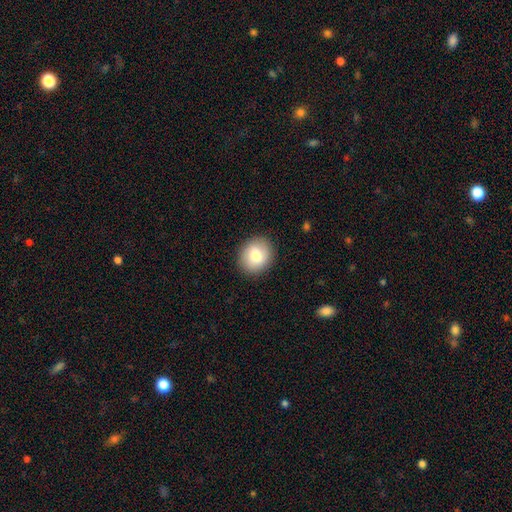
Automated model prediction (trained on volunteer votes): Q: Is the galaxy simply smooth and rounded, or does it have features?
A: smooth — 79%.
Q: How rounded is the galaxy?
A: round — 72%.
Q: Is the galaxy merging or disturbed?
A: none — 89%.